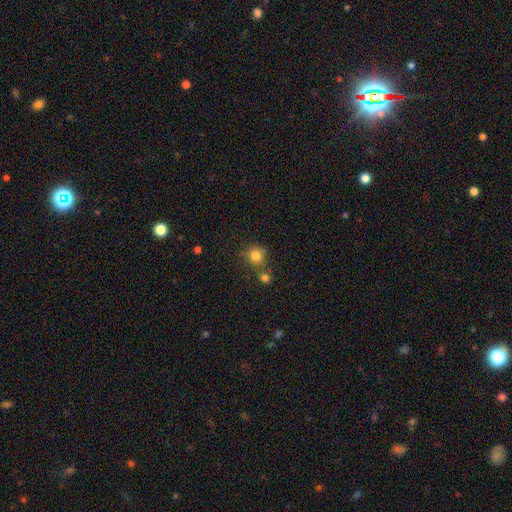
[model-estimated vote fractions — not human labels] Smooth or featured?
  - smooth: 82% *
  - star or artifact: 12%
  - featured or disk: 6%
How rounded?
  - round: 90% *
  - in between: 9%
  - cigar-shaped: 1%
Merging?
  - none: 71% *
  - merger: 15%
  - minor disturbance: 11%
  - major disturbance: 4%